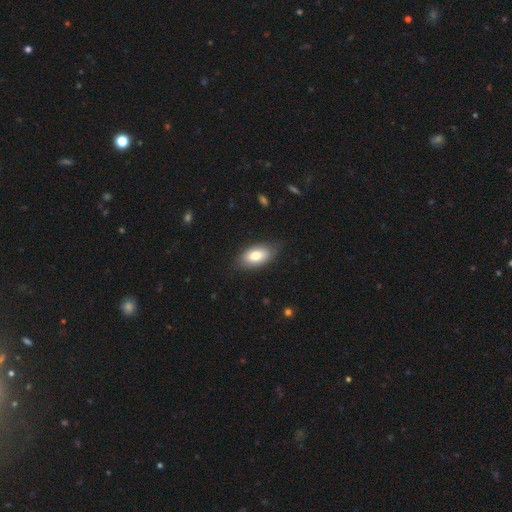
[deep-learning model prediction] A smooth galaxy with no disk features (79%) that is in between round and cigar-shaped (92%). Merging: none (77%).